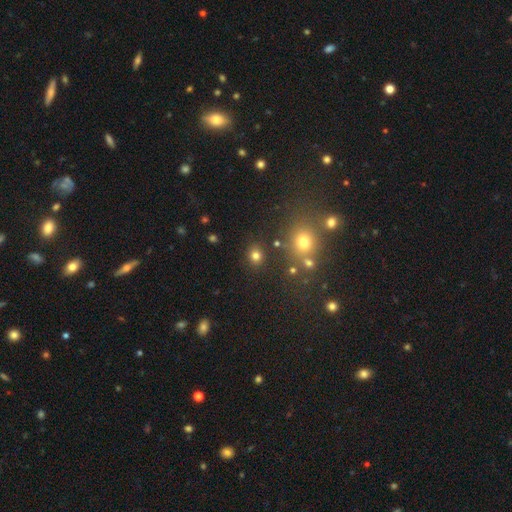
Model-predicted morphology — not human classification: smooth_or_featured: smooth (p=0.77) [alt: star or artifact p=0.17]
how_rounded: round (p=0.78) [alt: in between p=0.21]
merging: none (p=0.85) [alt: minor disturbance p=0.08]